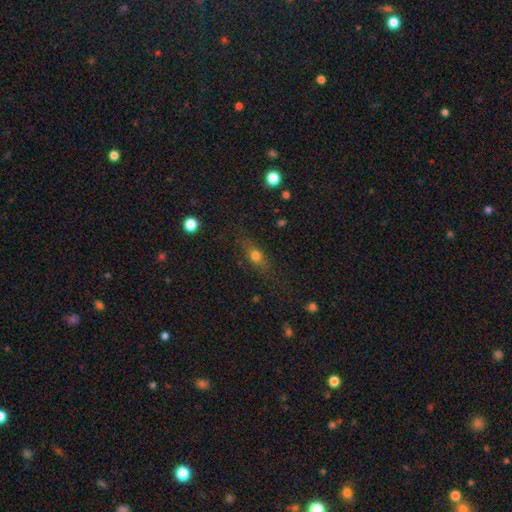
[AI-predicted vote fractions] Q: Smooth or featured?
A: smooth (66%); runner-up: featured or disk (21%)
Q: How rounded?
A: in between (57%); runner-up: cigar-shaped (29%)
Q: Merging?
A: none (76%); runner-up: minor disturbance (16%)